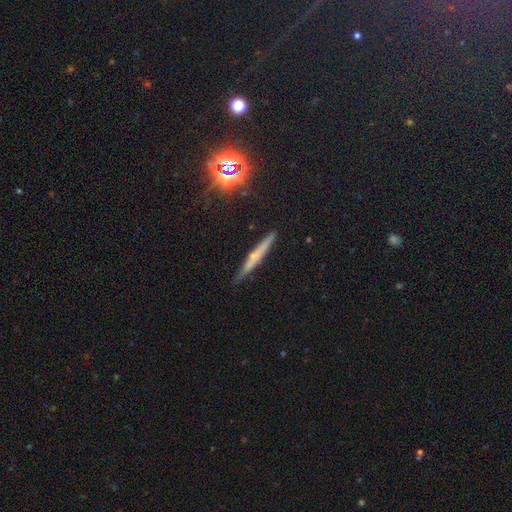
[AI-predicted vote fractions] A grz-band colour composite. It shows a smooth galaxy with no disk features (43%). Merging: none (84%).